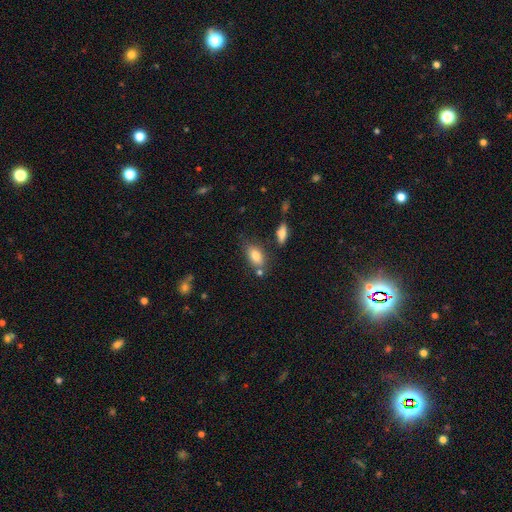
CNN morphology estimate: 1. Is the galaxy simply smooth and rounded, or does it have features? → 81% smooth, 12% featured or disk, 8% star or artifact.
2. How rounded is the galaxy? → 88% in between, 7% round, 5% cigar-shaped.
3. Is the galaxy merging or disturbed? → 69% none, 16% minor disturbance, 11% merger, 4% major disturbance.